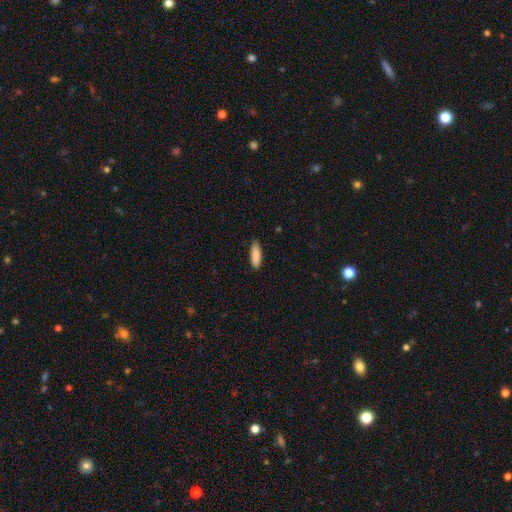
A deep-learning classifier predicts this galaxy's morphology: Overall: smooth (89%). How rounded: in between (51%; cigar-shaped 47%). Merging: none (87%).